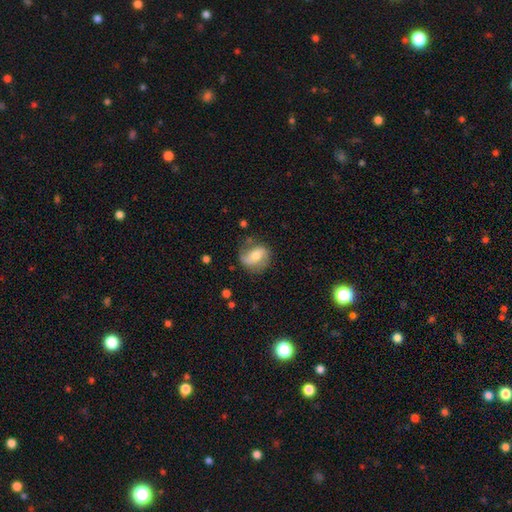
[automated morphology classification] Overall: featured or disk (52%; smooth 40%). Edge-on disk: no (95%). Merging: none (67%).